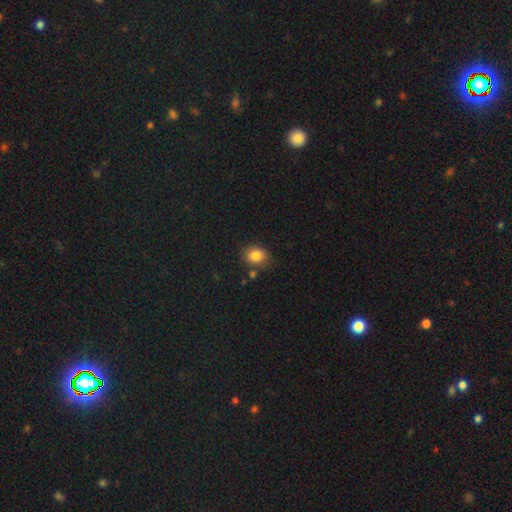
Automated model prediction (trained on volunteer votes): Overall: smooth (85%). How rounded: in between (50%; round 49%). Merging: none (75%).